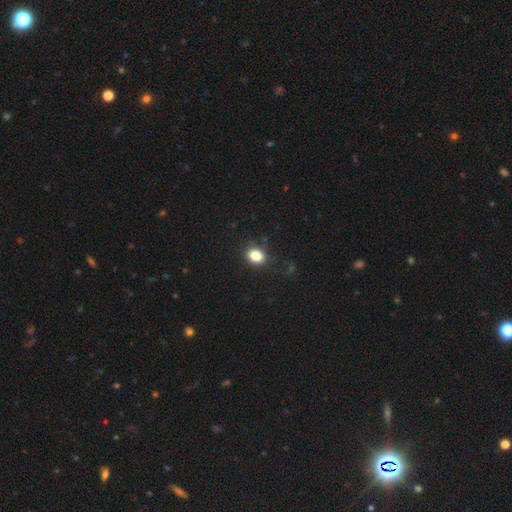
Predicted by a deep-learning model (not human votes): This appears to be a smooth galaxy with no disk features (84%) that is in between round and cigar-shaped (59%). Merging: none (84%).